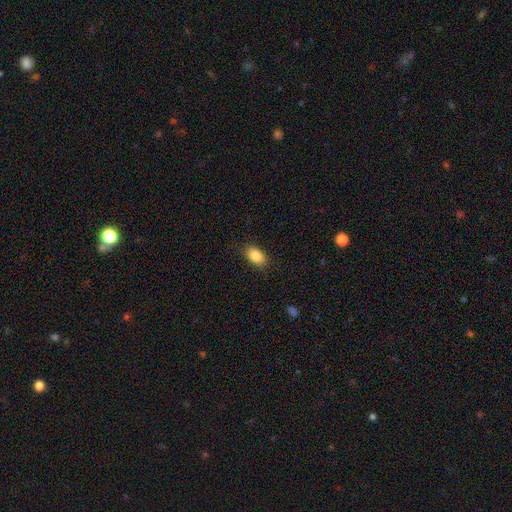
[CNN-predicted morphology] type=smooth (87%); roundness=in between (90%); merging=none (87%).